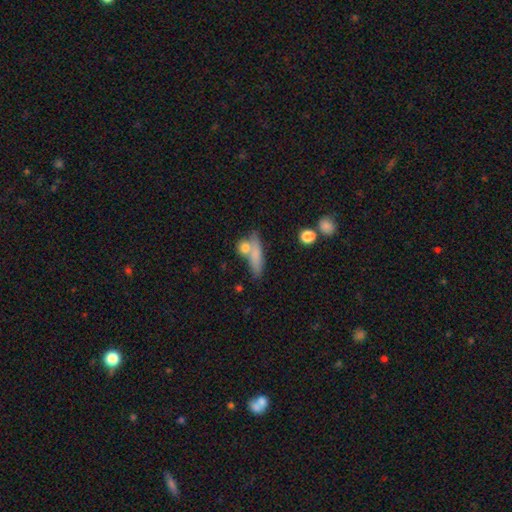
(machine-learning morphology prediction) A smooth galaxy with no disk features (73%) that is cigar-shaped (61%). Merging: none (52%).